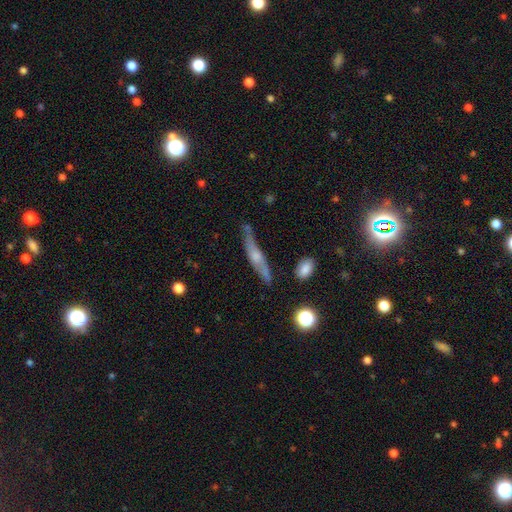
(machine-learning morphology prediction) Smooth or featured? featured or disk (62%)
Edge-on disk? yes (83%)
Edge-on bulge? rounded (74%)
Merging? none (72%)